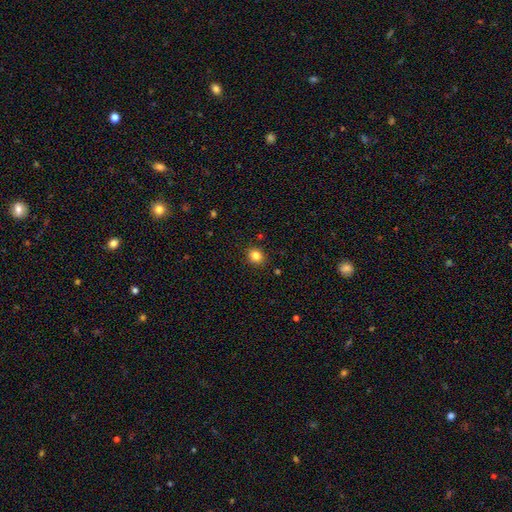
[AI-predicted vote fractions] A smooth galaxy with no disk features (83%) that is round (77%).

Vote fractions:
- Smooth or featured? smooth: 83% / star or artifact: 12% / featured or disk: 5%
- How rounded? round: 77% / in between: 23% / cigar-shaped: 1%
- Merging? none: 89% / minor disturbance: 7% / major disturbance: 2% / merger: 1%